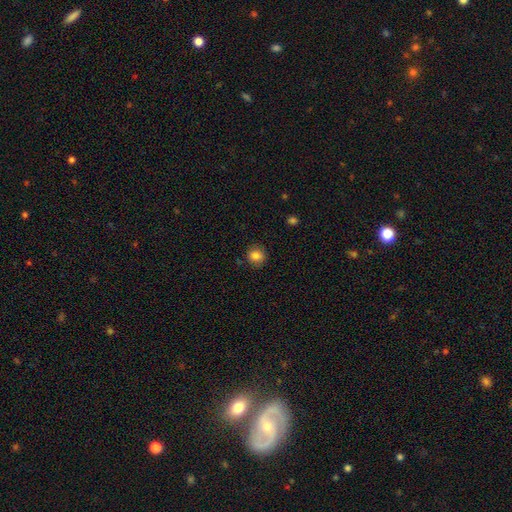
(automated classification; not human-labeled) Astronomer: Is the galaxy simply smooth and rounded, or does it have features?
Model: smooth — 85%.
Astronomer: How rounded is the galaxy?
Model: round — 80%.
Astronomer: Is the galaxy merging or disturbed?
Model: none — 84%.